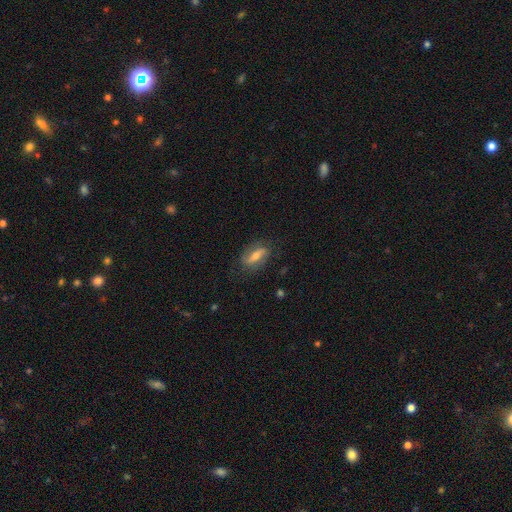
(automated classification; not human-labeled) smooth_or_featured: featured or disk (p=0.53) [alt: smooth p=0.39]
disk_edge_on: no (p=0.81) [alt: yes p=0.19]
merging: none (p=0.76) [alt: minor disturbance p=0.17]